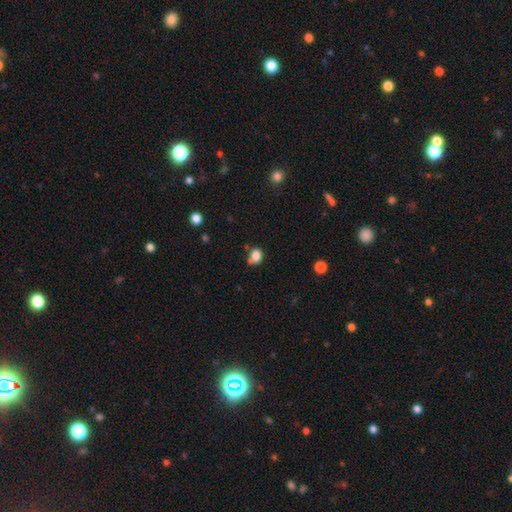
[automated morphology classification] Smooth or featured? smooth (82%)
How rounded? round (61%)
Merging? none (55%)